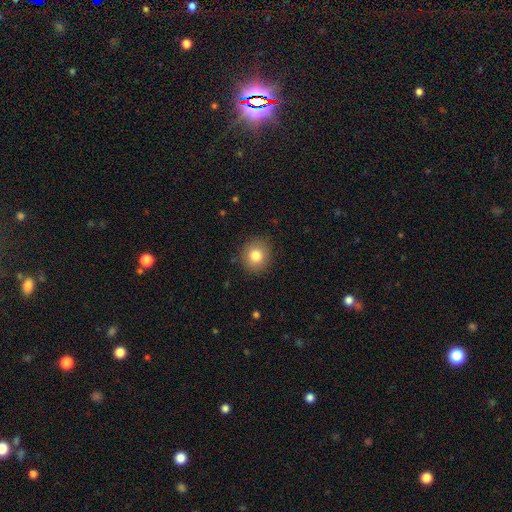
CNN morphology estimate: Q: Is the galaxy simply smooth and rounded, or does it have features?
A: smooth — 81%.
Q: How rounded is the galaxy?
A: round — 85%.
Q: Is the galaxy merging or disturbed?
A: none — 89%.